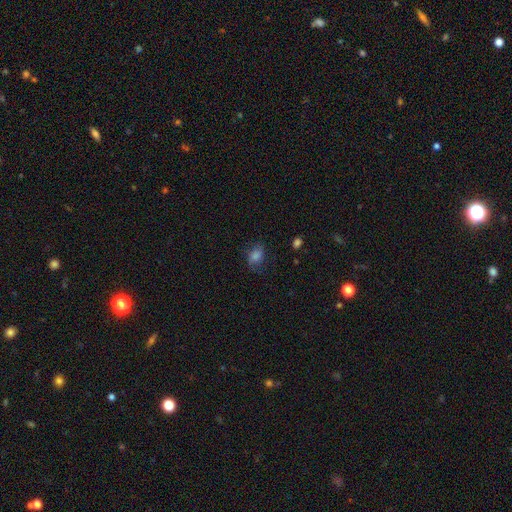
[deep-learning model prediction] This is possibly a smooth galaxy (52%). How rounded: likely in between (66%). Merging: likely none (65%).